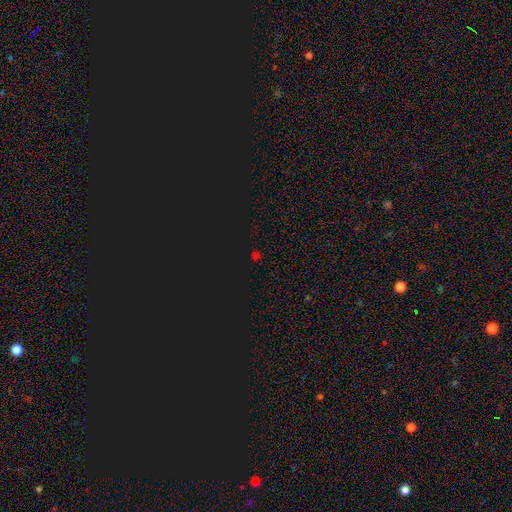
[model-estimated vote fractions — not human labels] smooth_or_featured: star or artifact (p=0.69) [alt: smooth p=0.26]